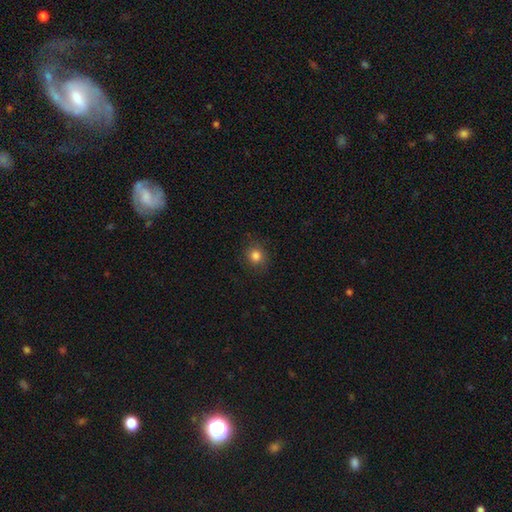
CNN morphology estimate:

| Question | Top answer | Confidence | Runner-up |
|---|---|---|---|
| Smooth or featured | smooth | 83% | star or artifact (12%) |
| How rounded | round | 82% | in between (18%) |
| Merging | none | 87% | minor disturbance (9%) |